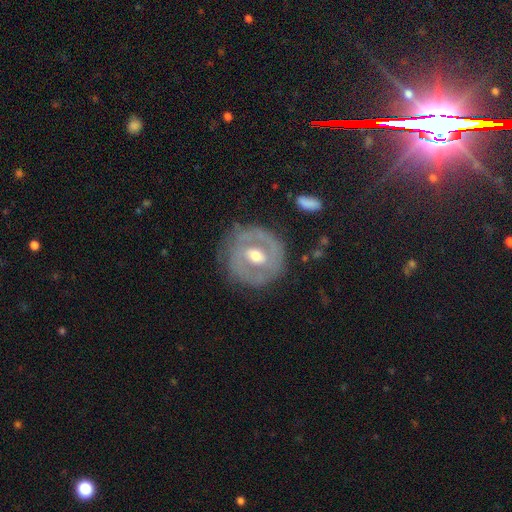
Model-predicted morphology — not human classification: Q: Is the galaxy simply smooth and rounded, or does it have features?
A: featured or disk — 75%.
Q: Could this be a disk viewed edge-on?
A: no — 96%.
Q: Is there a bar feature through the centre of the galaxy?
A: weak — 44%.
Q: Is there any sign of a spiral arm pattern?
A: yes — 60%.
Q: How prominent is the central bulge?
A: moderate — 73%.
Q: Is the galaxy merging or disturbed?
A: none — 73%.